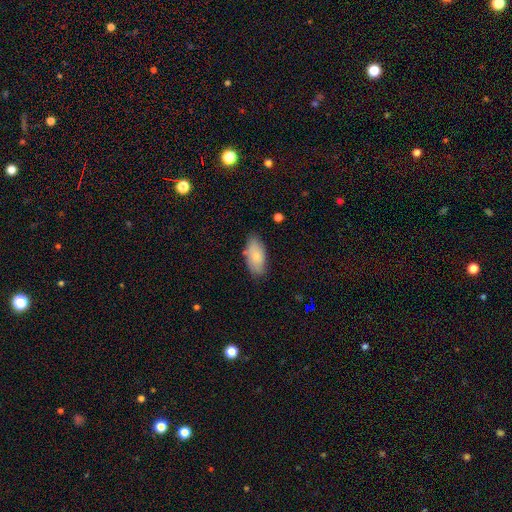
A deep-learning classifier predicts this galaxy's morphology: The model was most divided on "merging": none: 74%, minor disturbance: 20%, major disturbance: 4%, merger: 3%. More confident: how rounded — in between (92%); smooth or featured — smooth (76%).